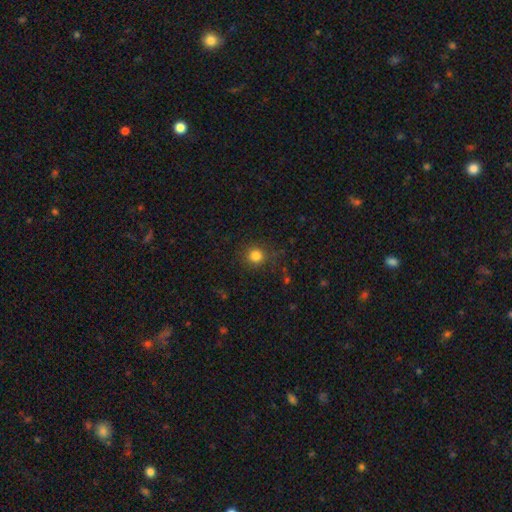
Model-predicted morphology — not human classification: smooth-or-featured: smooth: 82% | star or artifact: 13% | featured or disk: 5%
  how-rounded: round: 91% | in between: 8% | cigar-shaped: 1%
  merging: none: 85% | minor disturbance: 10% | major disturbance: 4% | merger: 1%